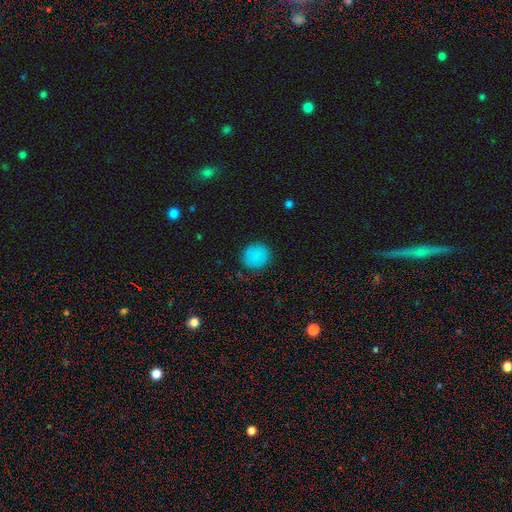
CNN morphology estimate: smooth 83%, star or artifact 12%, featured or disk 5%. Down the decision tree: how rounded — round (87%); merging — none (86%).